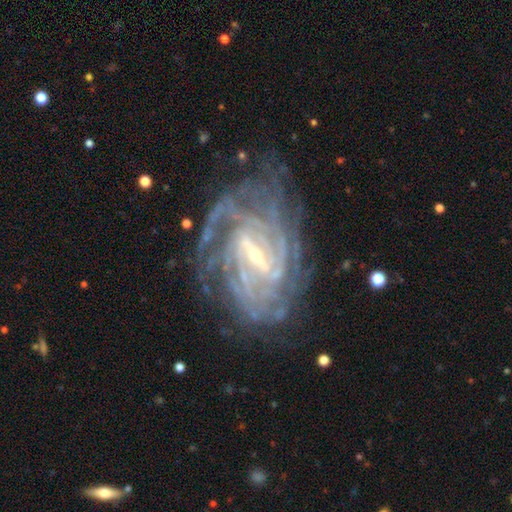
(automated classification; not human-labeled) Morphology: type=featured or disk (90%); edge-on=no (96%); bar=strong (54%); spiral arms=yes (97%); winding=tight (71%); arm count=4 (27%); bulge=small (66%); merging=none (70%).